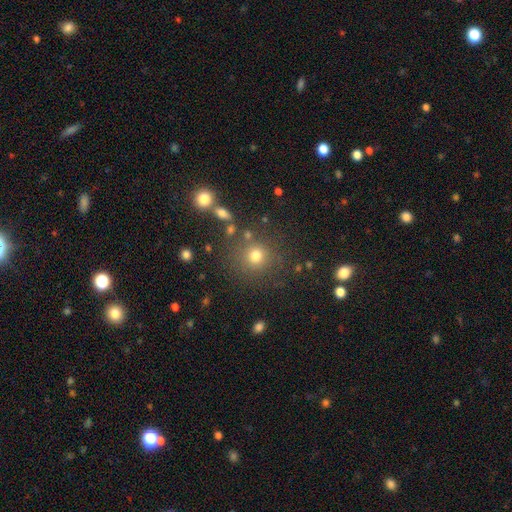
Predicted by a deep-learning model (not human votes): Smooth or featured? smooth (75%)
How rounded? round (90%)
Merging? none (79%)